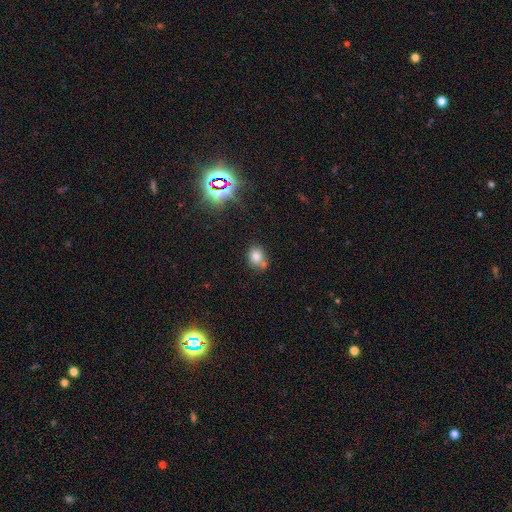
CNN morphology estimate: Smooth or featured: smooth — 77% (star or artifact — 14%)
How rounded: round — 55% (in between — 44%)
Merging: none — 56% (merger — 22%)